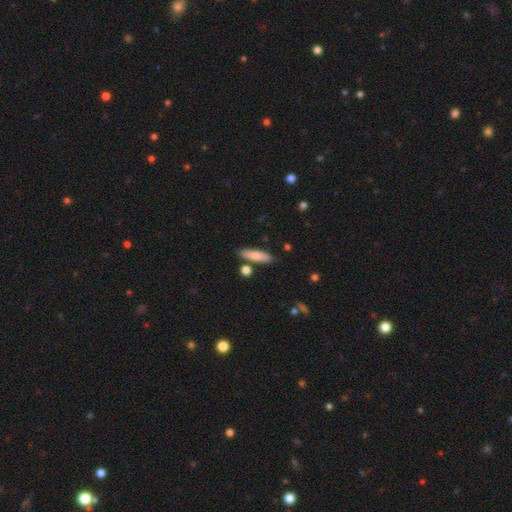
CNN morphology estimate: smooth 76%, featured or disk 18%, star or artifact 6%. Down the decision tree: how rounded — cigar-shaped (71%); merging — none (81%).